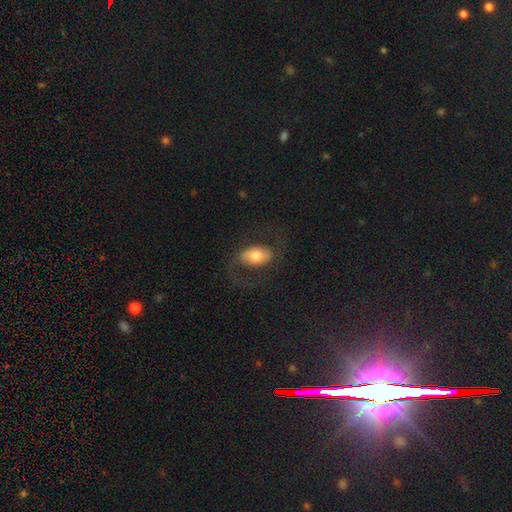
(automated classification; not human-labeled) smooth-or-featured: smooth: 49% | featured or disk: 44% | star or artifact: 7%
  merging: none: 68% | major disturbance: 16% | minor disturbance: 15% | merger: 1%